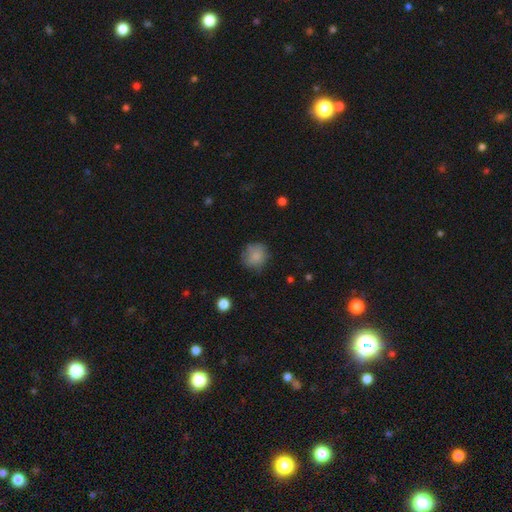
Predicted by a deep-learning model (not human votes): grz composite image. It shows a smooth galaxy with no disk features (80%) that is round (86%). Merging: none (71%).